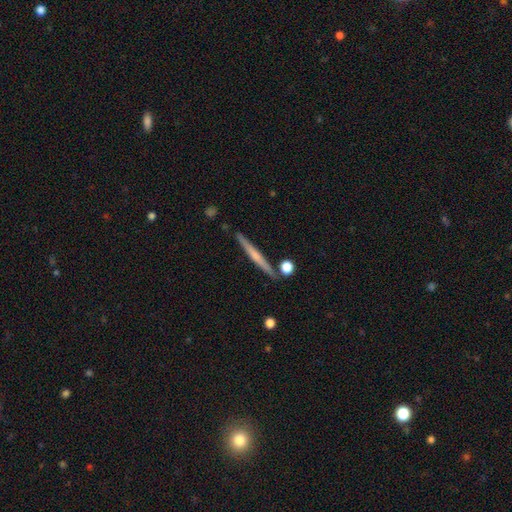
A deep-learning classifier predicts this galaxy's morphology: type=featured or disk (54%); edge-on=yes (97%); edge-on bulge=none (53%); merging=none (87%).